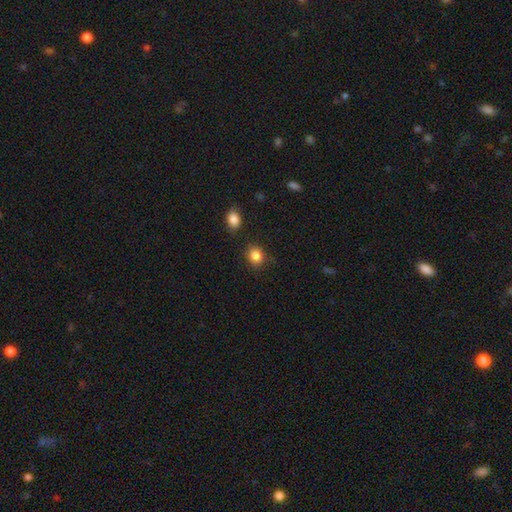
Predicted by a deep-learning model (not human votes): smooth-or-featured: smooth: 86% | star or artifact: 10% | featured or disk: 4%
  how-rounded: round: 69% | in between: 30% | cigar-shaped: 1%
  merging: none: 83% | minor disturbance: 10% | merger: 4% | major disturbance: 3%